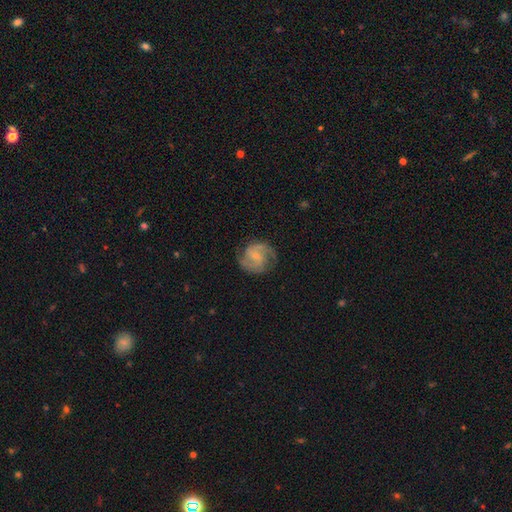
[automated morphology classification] Smooth or featured?
  - featured or disk: 85% *
  - smooth: 10%
  - star or artifact: 5%
Edge-on disk?
  - no: 98% *
  - yes: 2%
Bar?
  - weak: 46% *
  - no: 45%
  - strong: 9%
Spiral arms?
  - yes: 97% *
  - no: 3%
Spiral winding?
  - medium: 54% *
  - tight: 31%
  - loose: 15%
Spiral arm count?
  - 2: 82% *
  - 3: 7%
  - can't tell: 5%
  - 1: 2%
  - 4: 2%
  - more than 4: 2%
Bulge size?
  - small: 65% *
  - moderate: 25%
  - none: 8%
  - large: 1%
  - dominant: 1%
Merging?
  - none: 80% *
  - minor disturbance: 14%
  - major disturbance: 5%
  - merger: 1%